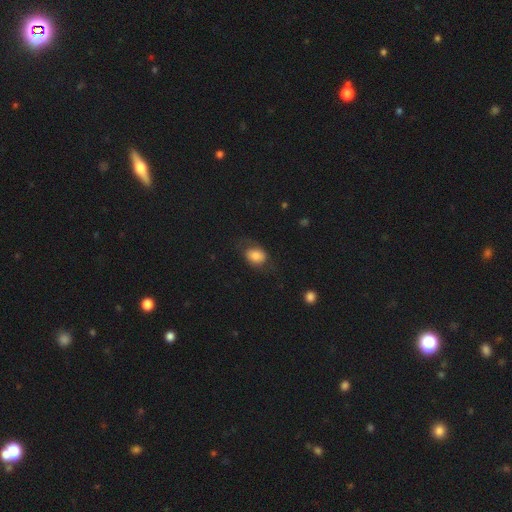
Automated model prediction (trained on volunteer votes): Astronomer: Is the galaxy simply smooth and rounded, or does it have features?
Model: smooth — 72%.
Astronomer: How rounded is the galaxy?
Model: in between — 69%.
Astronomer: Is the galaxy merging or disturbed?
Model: none — 57%.